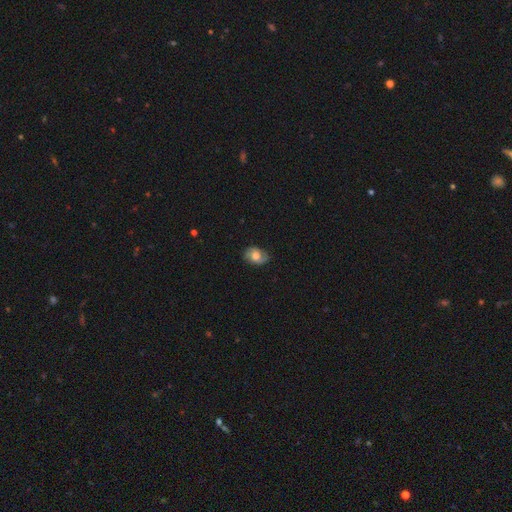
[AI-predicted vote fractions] This appears to be a smooth galaxy with no disk features (56%) that is in between round and cigar-shaped (72%). Merging: none (78%).